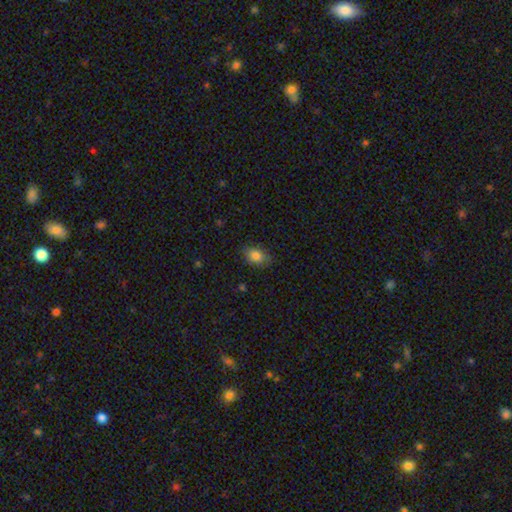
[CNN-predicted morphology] smooth-or-featured: smooth: 84% | star or artifact: 9% | featured or disk: 7%
  how-rounded: in between: 80% | round: 19% | cigar-shaped: 1%
  merging: none: 79% | minor disturbance: 16% | major disturbance: 3% | merger: 1%